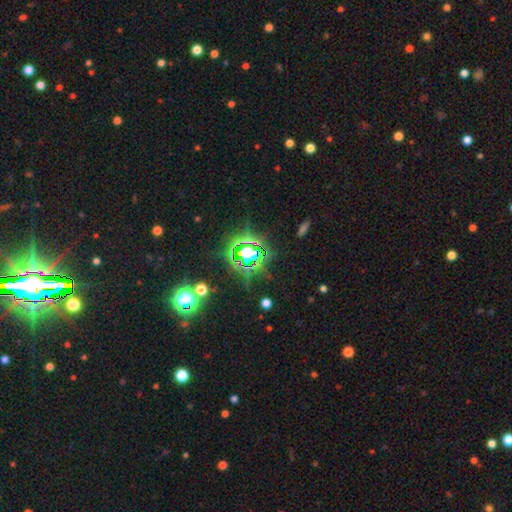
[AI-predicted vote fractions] The model was most divided on "smooth or featured": star or artifact: 78%, smooth: 13%, featured or disk: 9%.